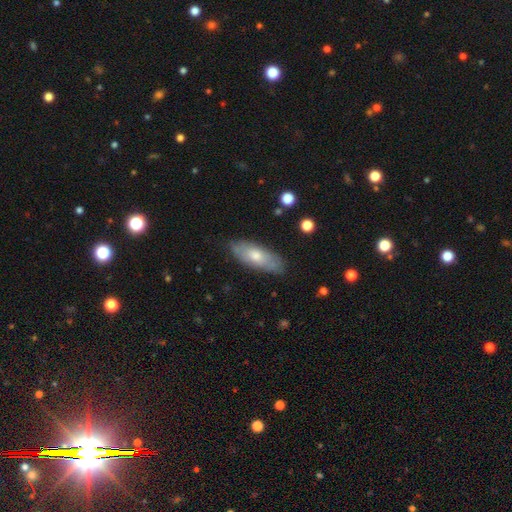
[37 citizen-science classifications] Smooth or featured? 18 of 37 (49%) said featured or disk. Edge-on disk? 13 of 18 (72%) said no. Bar? 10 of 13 (77%) said no. Spiral arms? 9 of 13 (69%) said no. Bulge size? 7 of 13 (54%) said moderate. Merging? 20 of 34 (59%) said none.